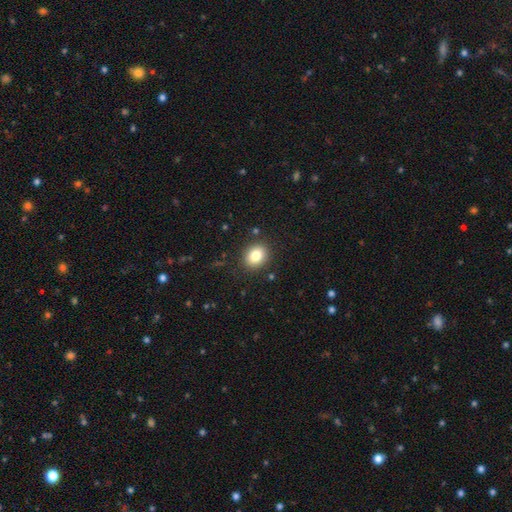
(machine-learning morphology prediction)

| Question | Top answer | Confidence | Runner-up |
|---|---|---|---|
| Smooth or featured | smooth | 83% | star or artifact (10%) |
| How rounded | round | 52% | in between (47%) |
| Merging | none | 88% | minor disturbance (8%) |